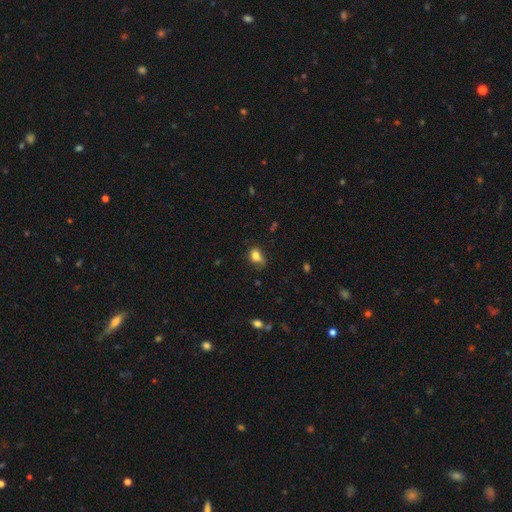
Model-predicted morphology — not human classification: smooth_or_featured: smooth (p=0.79) [alt: star or artifact p=0.11]
how_rounded: in between (p=0.63) [alt: round p=0.36]
merging: none (p=0.52) [alt: minor disturbance p=0.33]